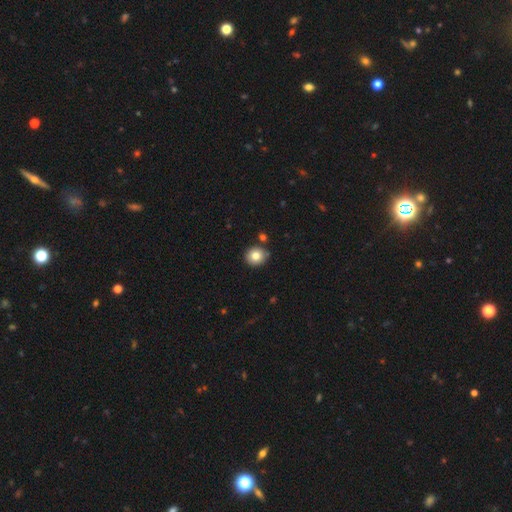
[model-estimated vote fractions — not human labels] Smooth or featured: smooth — 81% (star or artifact — 10%)
How rounded: round — 84% (in between — 15%)
Merging: none — 82% (minor disturbance — 10%)